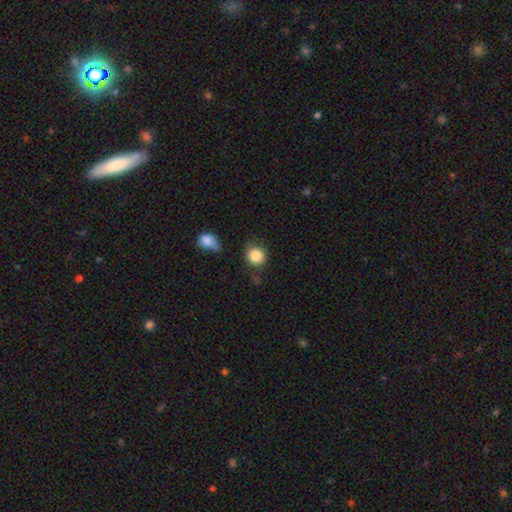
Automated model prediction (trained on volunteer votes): smooth 86%, star or artifact 9%, featured or disk 6%. Down the decision tree: how rounded — round (83%); merging — none (72%).